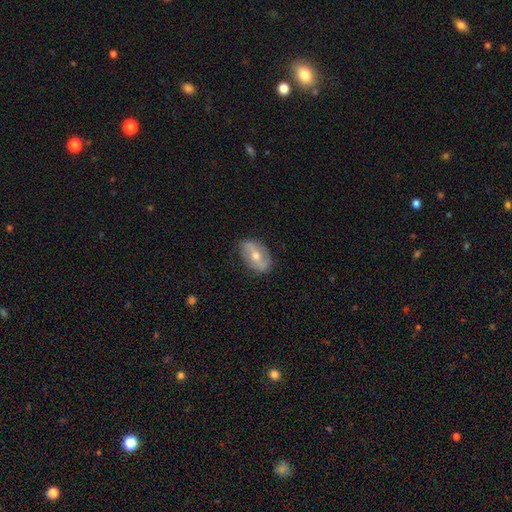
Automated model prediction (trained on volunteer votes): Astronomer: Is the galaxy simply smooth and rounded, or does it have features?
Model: featured or disk — 62%.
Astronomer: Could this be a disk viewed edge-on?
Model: no — 91%.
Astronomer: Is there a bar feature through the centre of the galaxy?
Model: weak — 35% (runner-up: strong, 34%).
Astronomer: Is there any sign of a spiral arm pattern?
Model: yes — 67%.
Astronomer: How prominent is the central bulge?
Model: moderate — 69%.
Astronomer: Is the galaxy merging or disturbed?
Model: none — 77%.